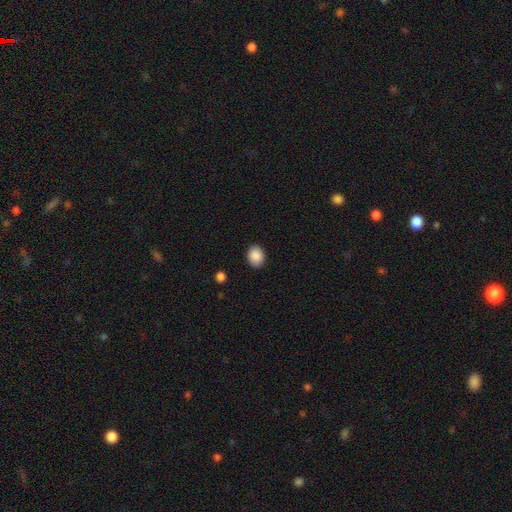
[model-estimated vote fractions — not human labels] Morphology: type=smooth (89%); roundness=in between (61%); merging=none (88%).